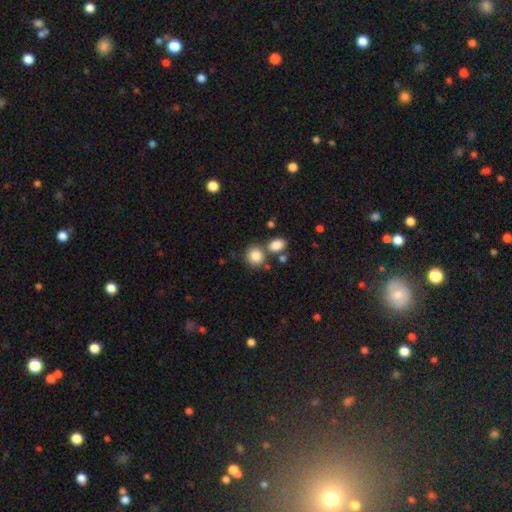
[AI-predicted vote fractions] smooth-or-featured: smooth: 84% | star or artifact: 9% | featured or disk: 7%
  how-rounded: round: 81% | in between: 18% | cigar-shaped: 1%
  merging: none: 64% | merger: 23% | minor disturbance: 10% | major disturbance: 4%